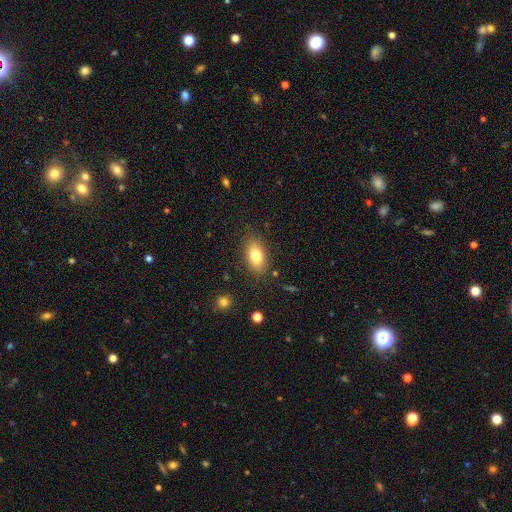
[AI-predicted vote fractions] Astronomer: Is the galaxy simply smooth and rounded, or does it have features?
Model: smooth — 80%.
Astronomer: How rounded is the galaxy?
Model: in between — 89%.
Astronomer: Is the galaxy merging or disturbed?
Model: none — 84%.